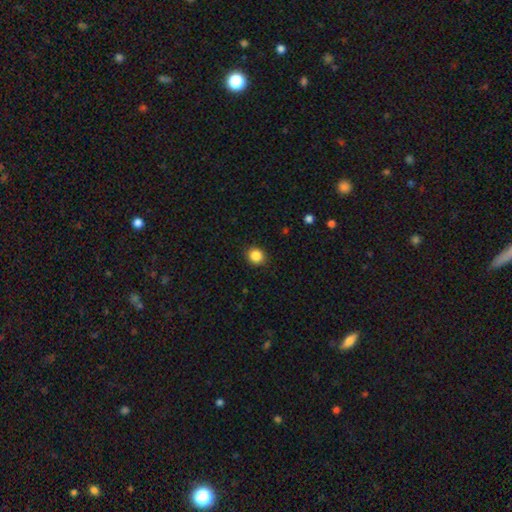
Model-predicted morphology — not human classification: Smooth or featured: smooth — 86% (star or artifact — 10%)
How rounded: round — 82% (in between — 17%)
Merging: none — 90% (minor disturbance — 7%)